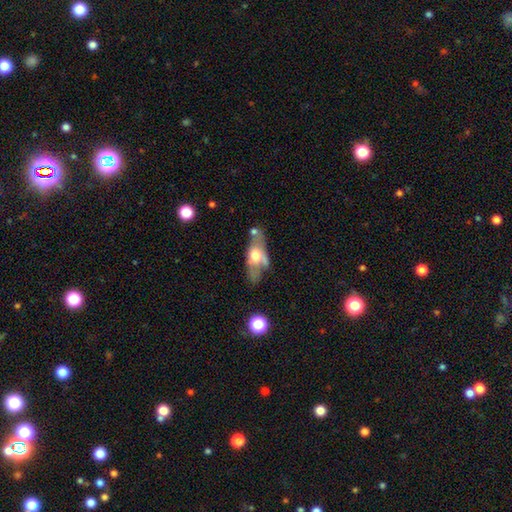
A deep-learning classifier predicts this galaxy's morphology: Smooth or featured?
  - featured or disk: 48% *
  - smooth: 45%
  - star or artifact: 7%
Merging?
  - none: 42% *
  - minor disturbance: 25%
  - major disturbance: 16%
  - merger: 16%